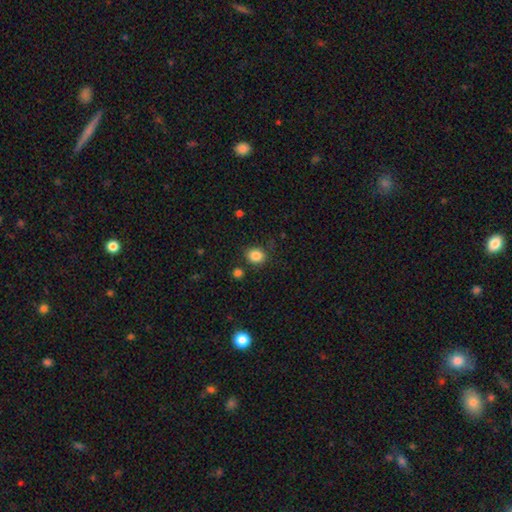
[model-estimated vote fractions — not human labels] Overall: smooth (85%). How rounded: round (67%; in between 33%). Merging: none (82%).